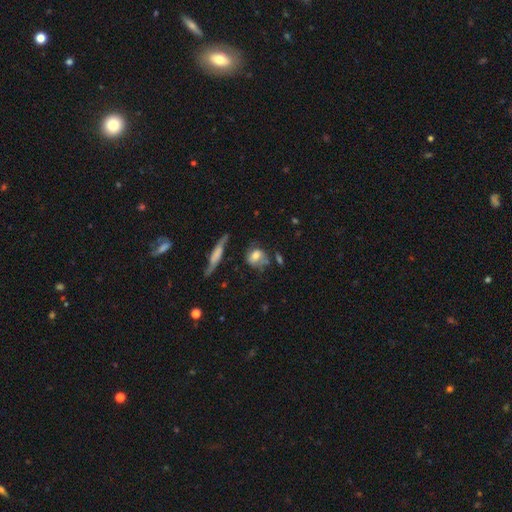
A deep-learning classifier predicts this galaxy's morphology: A smooth galaxy with no disk features (57%) that is round (50%). Merging: none (46%).